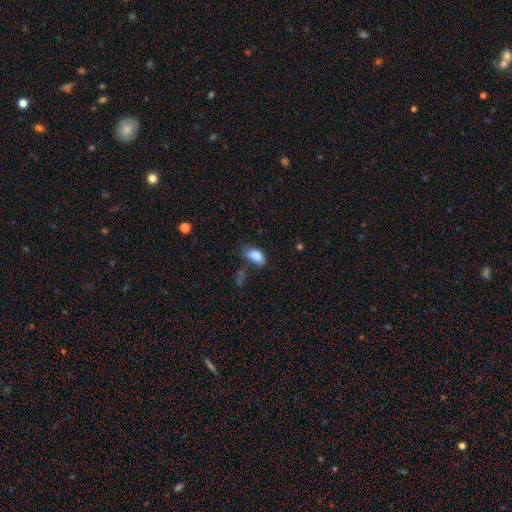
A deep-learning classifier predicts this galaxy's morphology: smooth_or_featured: smooth (p=0.85) [alt: star or artifact p=0.08]
how_rounded: in between (p=0.92) [alt: round p=0.04]
merging: none (p=0.50) [alt: minor disturbance p=0.30]